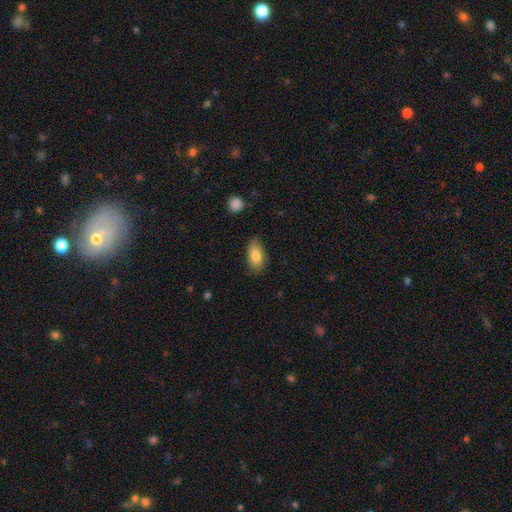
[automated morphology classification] Q: Smooth or featured?
A: smooth (81%); runner-up: featured or disk (12%)
Q: How rounded?
A: in between (91%); runner-up: round (4%)
Q: Merging?
A: none (82%); runner-up: minor disturbance (14%)